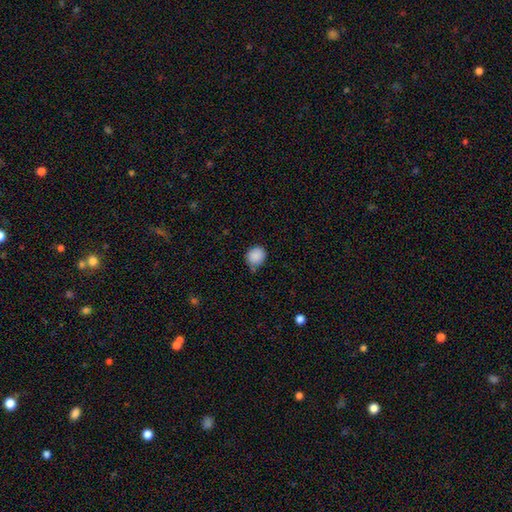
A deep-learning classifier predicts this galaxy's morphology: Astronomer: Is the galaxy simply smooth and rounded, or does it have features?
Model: smooth — 88%.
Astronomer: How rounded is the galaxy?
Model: round — 81%.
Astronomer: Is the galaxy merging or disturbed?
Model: none — 66%.